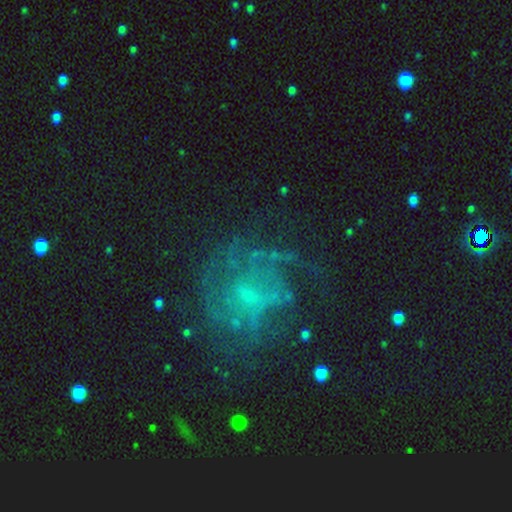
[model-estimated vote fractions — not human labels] This appears to be a featured or disk galaxy (55%) with no bar (65%), spiral arms (70%) and a small central bulge (50%). Merging: none (60%).